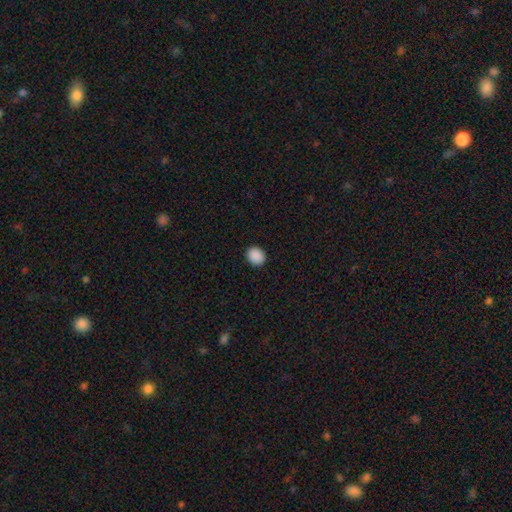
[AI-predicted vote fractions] A smooth galaxy with no disk features (90%) that is round (63%).

Vote fractions:
- Smooth or featured? smooth: 90% / star or artifact: 8% / featured or disk: 2%
- How rounded? round: 63% / in between: 36% / cigar-shaped: 1%
- Merging? none: 91% / minor disturbance: 6% / major disturbance: 2% / merger: 1%